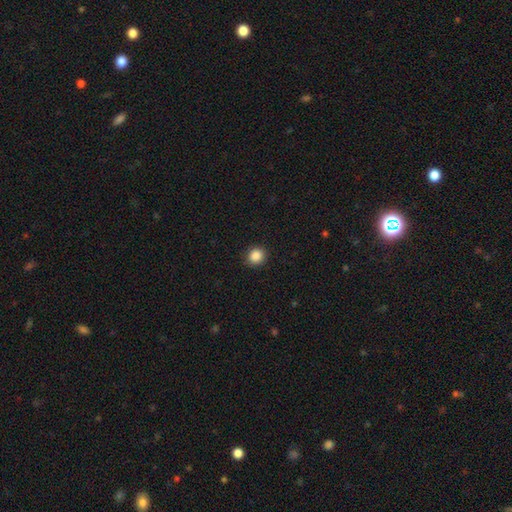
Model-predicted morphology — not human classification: type=smooth (88%); roundness=round (85%); merging=none (90%).